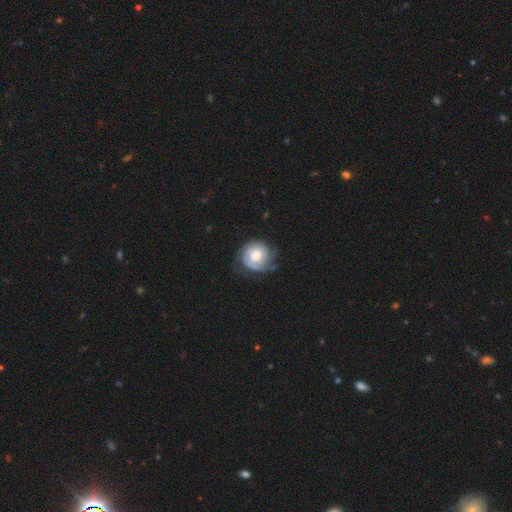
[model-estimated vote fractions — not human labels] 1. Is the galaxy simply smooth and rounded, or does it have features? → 72% featured or disk, 22% smooth, 6% star or artifact.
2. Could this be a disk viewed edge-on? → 98% no, 2% yes.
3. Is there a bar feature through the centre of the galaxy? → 76% no, 20% weak, 4% strong.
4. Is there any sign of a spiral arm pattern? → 92% yes, 8% no.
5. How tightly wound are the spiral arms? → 68% tight, 24% medium, 8% loose.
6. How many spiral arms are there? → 31% 2, 30% can't tell, 17% 3, 11% 1, 6% 4, 5% more than 4.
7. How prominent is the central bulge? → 48% moderate, 38% large, 8% small, 4% dominant, 3% none.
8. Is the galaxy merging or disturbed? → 66% none, 21% minor disturbance, 12% major disturbance, 1% merger.